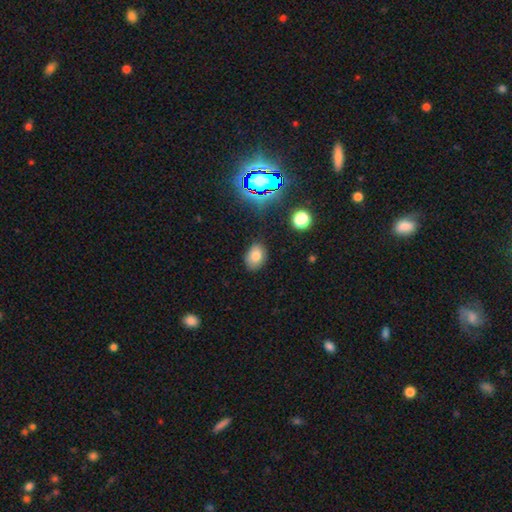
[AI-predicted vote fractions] Smooth or featured?
  - smooth: 77% *
  - star or artifact: 14%
  - featured or disk: 9%
How rounded?
  - in between: 73% *
  - round: 26%
  - cigar-shaped: 1%
Merging?
  - none: 81% *
  - minor disturbance: 14%
  - major disturbance: 3%
  - merger: 2%